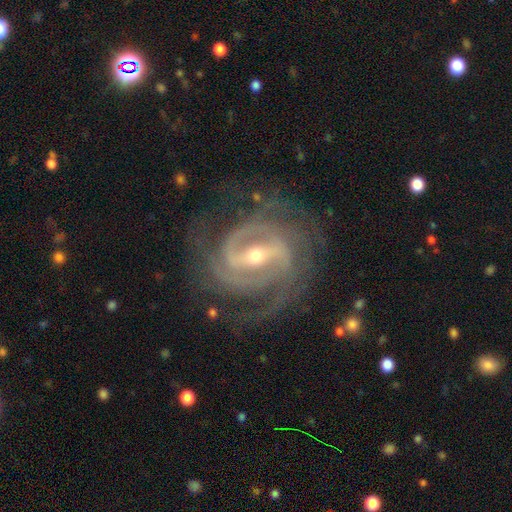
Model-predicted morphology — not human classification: Q: Smooth or featured?
A: featured or disk (92%); runner-up: star or artifact (5%)
Q: Edge-on disk?
A: no (97%); runner-up: yes (3%)
Q: Bar?
A: strong (62%); runner-up: weak (29%)
Q: Spiral arms?
A: yes (98%); runner-up: no (2%)
Q: Spiral winding?
A: tight (52%); runner-up: medium (40%)
Q: Spiral arm count?
A: 2 (47%); runner-up: 3 (23%)
Q: Bulge size?
A: small (54%); runner-up: moderate (42%)
Q: Merging?
A: none (71%); runner-up: minor disturbance (16%)